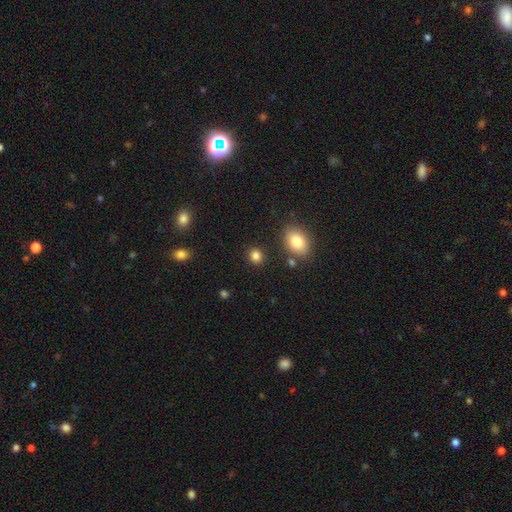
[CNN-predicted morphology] Smooth or featured? smooth (85%)
How rounded? round (68%)
Merging? none (86%)